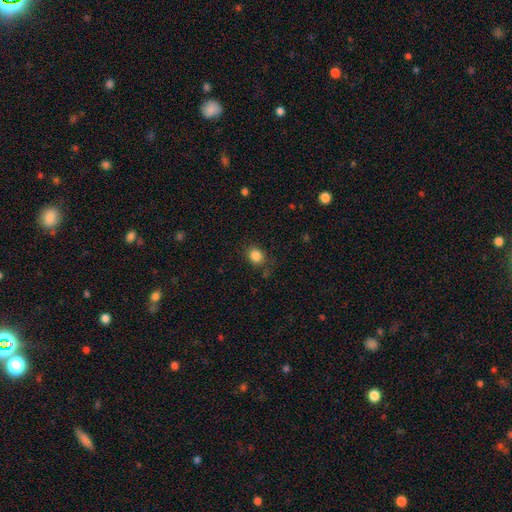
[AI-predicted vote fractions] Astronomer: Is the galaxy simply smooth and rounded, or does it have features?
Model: smooth — 85%.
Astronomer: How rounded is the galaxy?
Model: round — 68%.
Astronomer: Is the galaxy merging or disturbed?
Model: none — 79%.